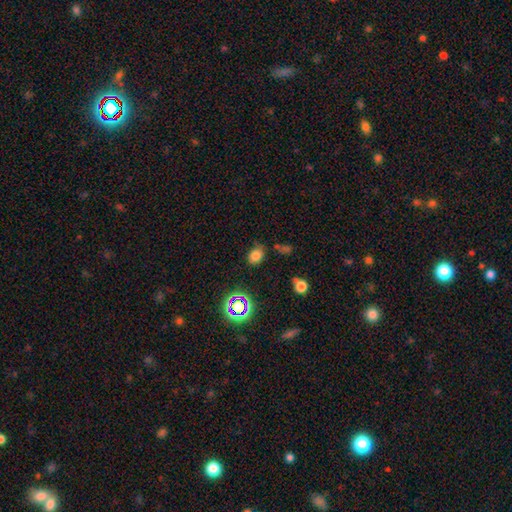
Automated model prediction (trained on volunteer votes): smooth 74%, star or artifact 18%, featured or disk 8%. Down the decision tree: how rounded — in between (63%); merging — none (72%).